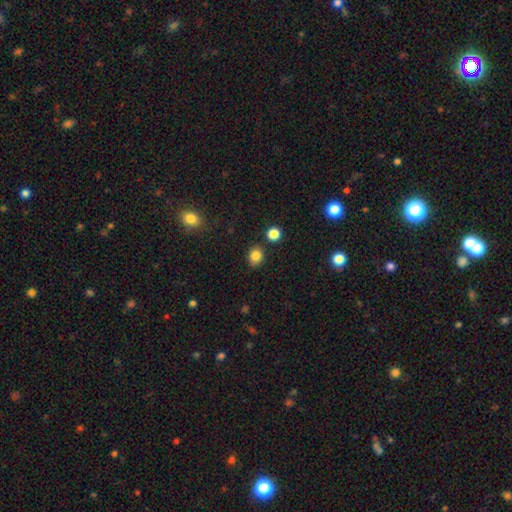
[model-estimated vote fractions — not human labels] smooth_or_featured: smooth (p=0.84) [alt: star or artifact p=0.12]
how_rounded: round (p=0.64) [alt: in between p=0.35]
merging: none (p=0.83) [alt: minor disturbance p=0.10]